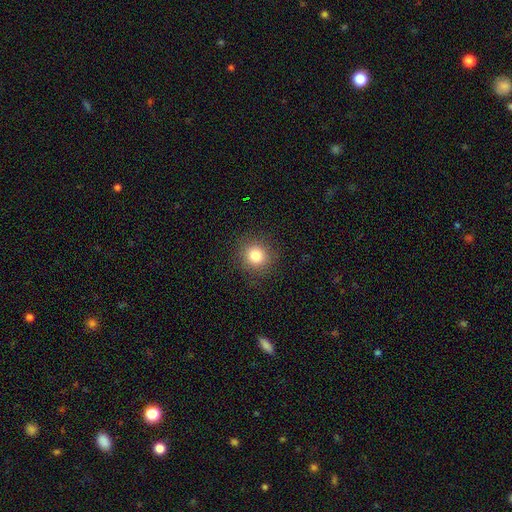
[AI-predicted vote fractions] Smooth or featured? Predicted: smooth (p=0.82). How rounded? Predicted: round (p=0.90). Merging? Predicted: none (p=0.89).